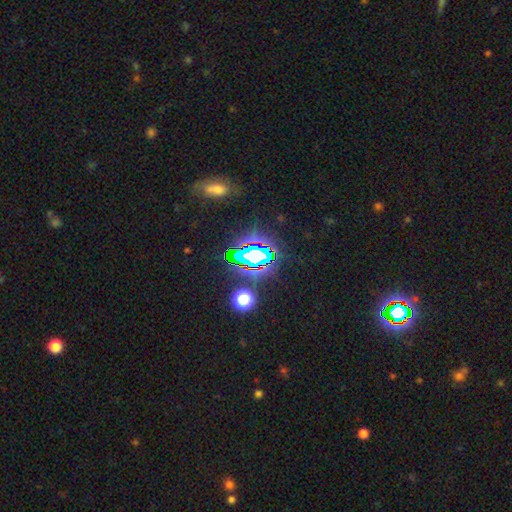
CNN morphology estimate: smooth_or_featured: star or artifact (p=0.73) [alt: smooth p=0.15]